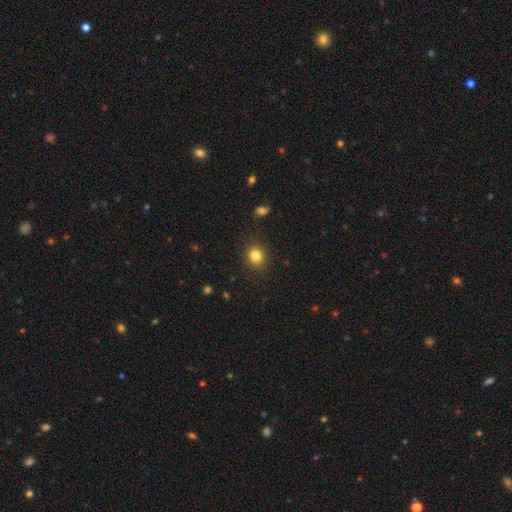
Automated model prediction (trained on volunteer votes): Overall: smooth (83%). How rounded: round (80%). Merging: none (89%).